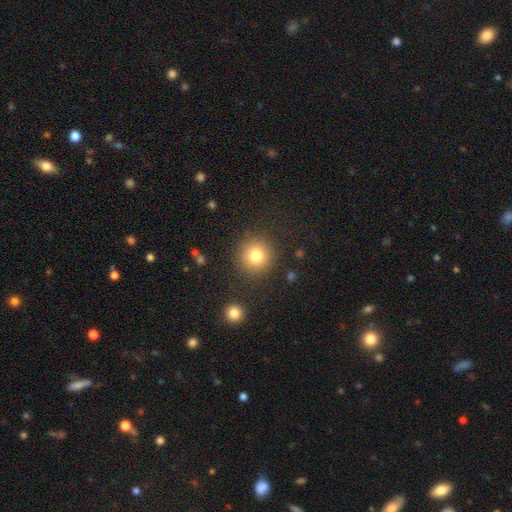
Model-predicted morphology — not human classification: A smooth galaxy with no disk features (79%) that is round (94%).

Vote fractions:
- Smooth or featured? smooth: 79% / star or artifact: 12% / featured or disk: 9%
- How rounded? round: 94% / in between: 5% / cigar-shaped: 1%
- Merging? none: 88% / minor disturbance: 7% / major disturbance: 3% / merger: 2%